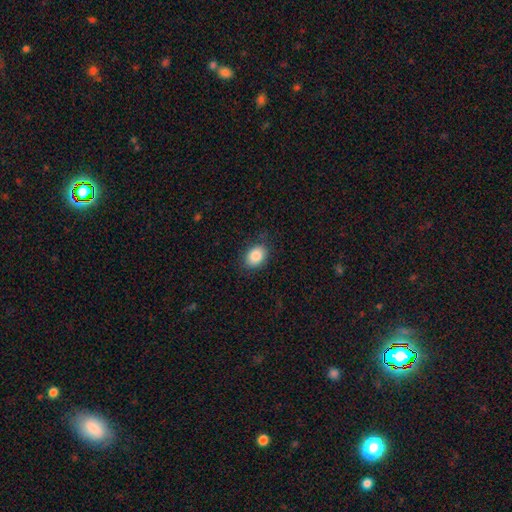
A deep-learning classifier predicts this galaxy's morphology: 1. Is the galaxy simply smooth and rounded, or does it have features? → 86% smooth, 8% star or artifact, 6% featured or disk.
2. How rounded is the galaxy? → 74% in between, 25% round, 1% cigar-shaped.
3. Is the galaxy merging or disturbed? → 82% none, 13% minor disturbance, 3% major disturbance, 1% merger.